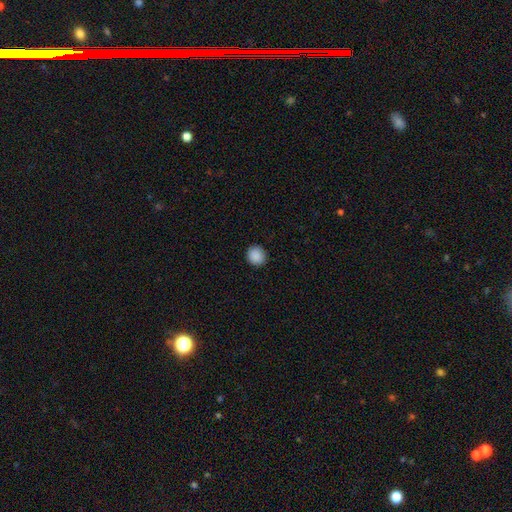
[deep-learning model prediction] Smooth or featured?
  - smooth: 89% *
  - star or artifact: 8%
  - featured or disk: 2%
How rounded?
  - round: 88% *
  - in between: 11%
  - cigar-shaped: 1%
Merging?
  - none: 92% *
  - minor disturbance: 6%
  - major disturbance: 2%
  - merger: 1%